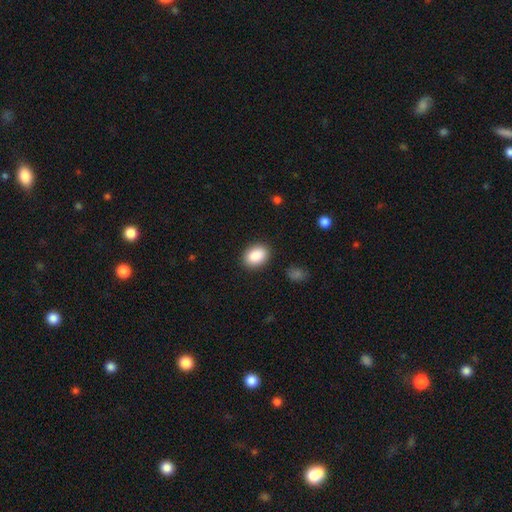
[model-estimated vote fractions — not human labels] The model was most divided on "how rounded": in between: 78%, round: 21%, cigar-shaped: 1%. More confident: smooth or featured — smooth (89%); merging — none (88%).